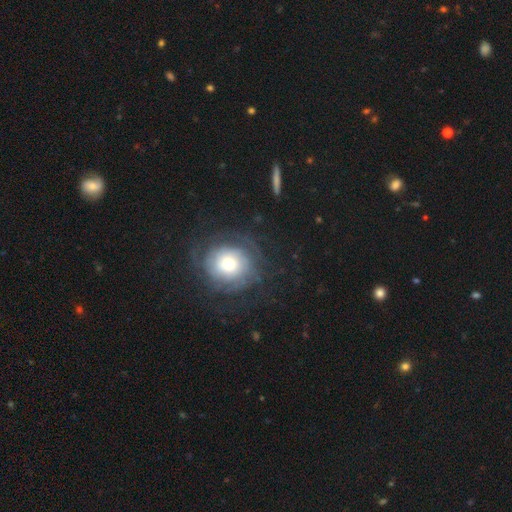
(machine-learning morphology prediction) The model was most divided on "smooth or featured": smooth: 43%, featured or disk: 36%, star or artifact: 21%. More confident: merging — none (81%).